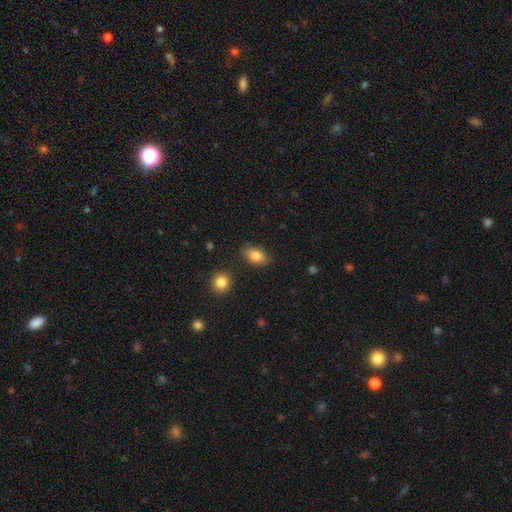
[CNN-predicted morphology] Smooth or featured?
  - smooth: 83% *
  - featured or disk: 8%
  - star or artifact: 8%
How rounded?
  - in between: 87% *
  - round: 10%
  - cigar-shaped: 3%
Merging?
  - none: 84% *
  - minor disturbance: 11%
  - major disturbance: 3%
  - merger: 2%